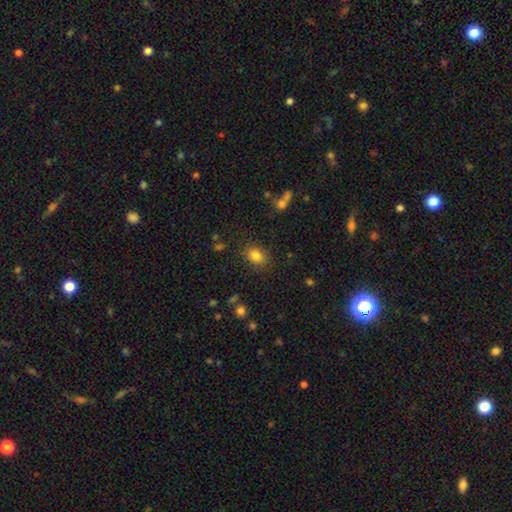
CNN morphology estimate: smooth_or_featured: smooth (p=0.83) [alt: star or artifact p=0.11]
how_rounded: in between (p=0.60) [alt: round p=0.39]
merging: none (p=0.83) [alt: minor disturbance p=0.11]